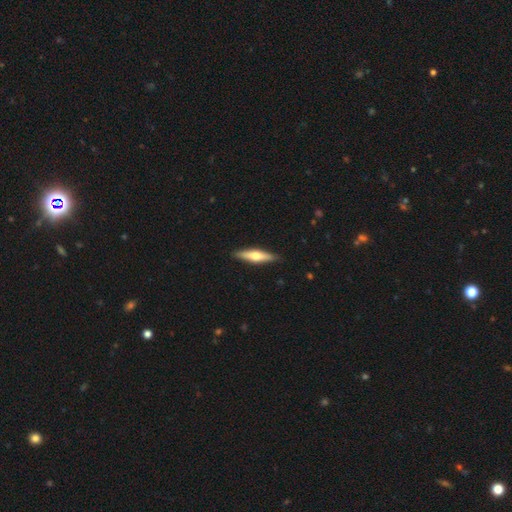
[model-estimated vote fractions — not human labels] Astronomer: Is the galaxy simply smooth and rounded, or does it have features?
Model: featured or disk — 51% (runner-up: smooth, 44%).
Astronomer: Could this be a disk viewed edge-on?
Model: yes — 93%.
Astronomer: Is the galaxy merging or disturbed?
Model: none — 89%.